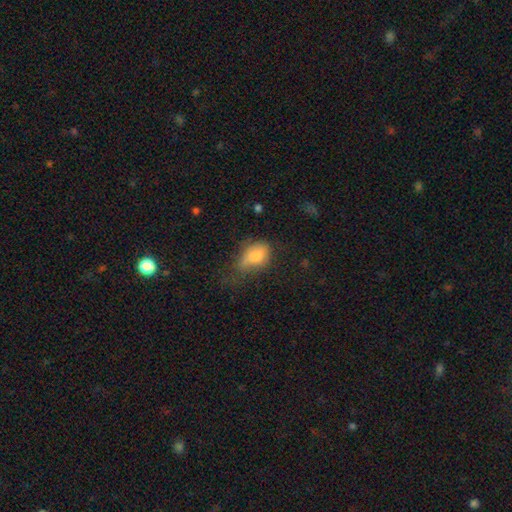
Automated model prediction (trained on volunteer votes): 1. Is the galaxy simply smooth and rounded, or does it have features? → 77% smooth, 14% featured or disk, 9% star or artifact.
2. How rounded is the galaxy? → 81% in between, 17% round, 3% cigar-shaped.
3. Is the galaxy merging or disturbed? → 37% minor disturbance, 31% none, 29% major disturbance, 3% merger.